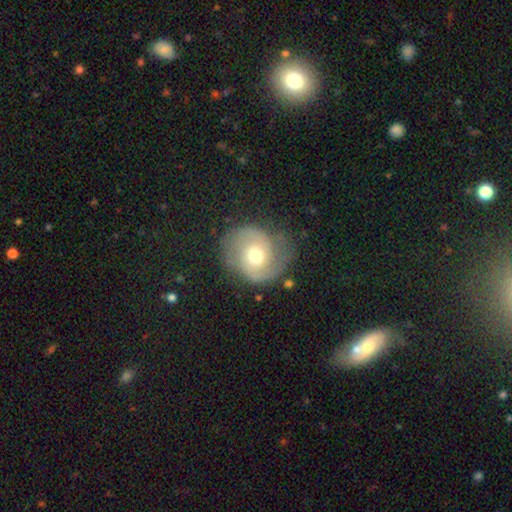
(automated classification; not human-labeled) A featured or disk galaxy (74%) with no bar (67%), 2 (83%) medium (46%) spiral arms (92%) and a moderate central bulge (67%).

Vote fractions:
- Smooth or featured? featured or disk: 74% / smooth: 19% / star or artifact: 7%
- Edge-on disk? no: 97% / yes: 3%
- Bar? no: 67% / weak: 27% / strong: 6%
- Spiral arms? yes: 92% / no: 8%
- Spiral winding? medium: 46% / tight: 34% / loose: 21%
- Spiral arm count? 2: 83% / can't tell: 7% / 1: 5% / 3: 2% / 4: 1% / more than 4: 1%
- Bulge size? moderate: 67% / small: 23% / large: 8% / dominant: 1% / none: 1%
- Merging? none: 69% / minor disturbance: 20% / major disturbance: 9% / merger: 2%